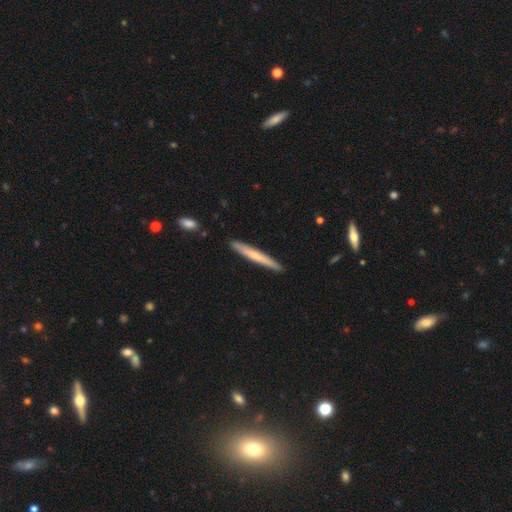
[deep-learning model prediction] Smooth or featured? smooth (60%)
How rounded? cigar-shaped (97%)
Merging? none (91%)